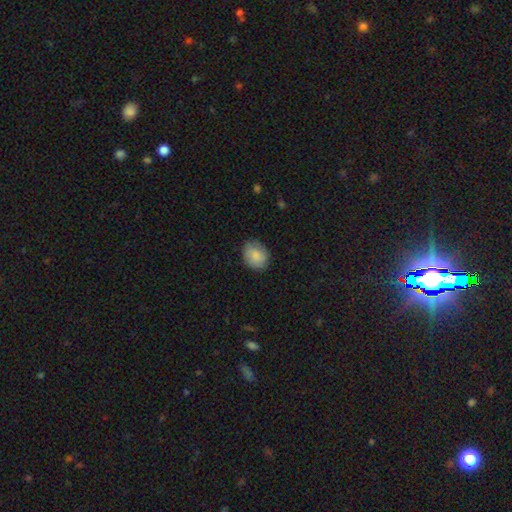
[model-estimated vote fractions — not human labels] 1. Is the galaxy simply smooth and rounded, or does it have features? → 83% smooth, 10% featured or disk, 7% star or artifact.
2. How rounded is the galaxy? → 52% in between, 47% round, 1% cigar-shaped.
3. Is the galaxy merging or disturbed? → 80% none, 16% minor disturbance, 3% major disturbance, 1% merger.